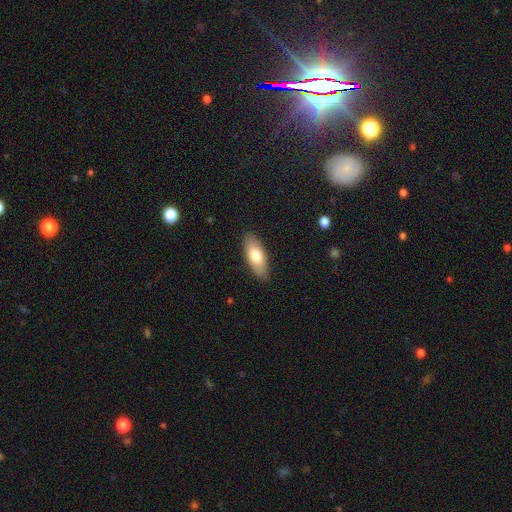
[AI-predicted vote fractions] Smooth or featured? smooth (74%)
How rounded? in between (78%)
Merging? none (88%)